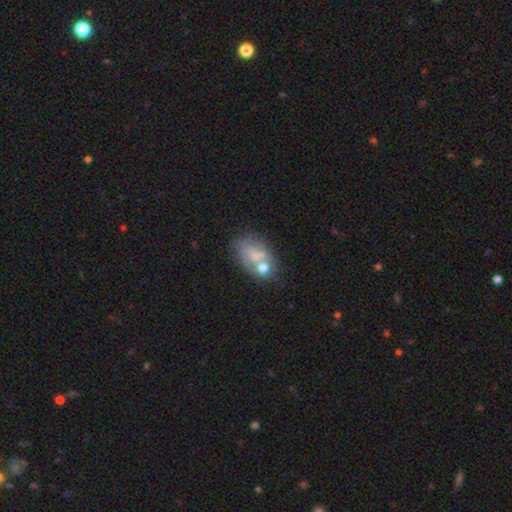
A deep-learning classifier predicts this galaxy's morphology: type=featured or disk (43%, tied with smooth); merging=none (43%).